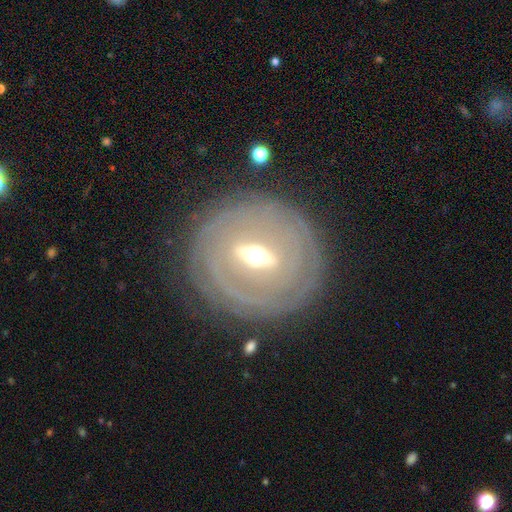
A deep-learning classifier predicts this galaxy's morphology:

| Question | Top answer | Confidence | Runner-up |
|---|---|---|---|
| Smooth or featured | featured or disk | 81% | smooth (13%) |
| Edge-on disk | no | 77% | yes (23%) |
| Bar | strong | 60% | weak (27%) |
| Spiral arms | yes | 50% | tied: no (50%) |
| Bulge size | moderate | 65% | small (21%) |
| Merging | none | 79% | minor disturbance (12%) |